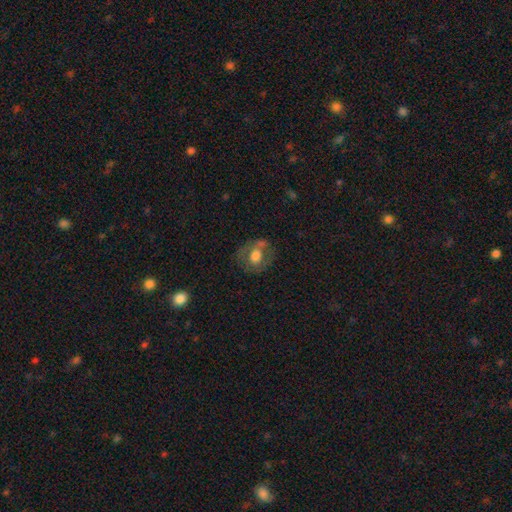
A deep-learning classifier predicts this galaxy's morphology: Smooth or featured? smooth (55%)
How rounded? round (60%)
Merging? none (63%)